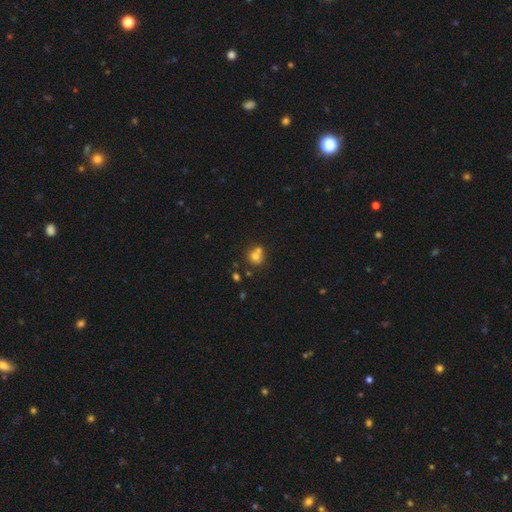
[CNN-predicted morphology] This is likely a smooth galaxy (71%). How rounded: likely round (79%). Merging: possibly merger (45%).